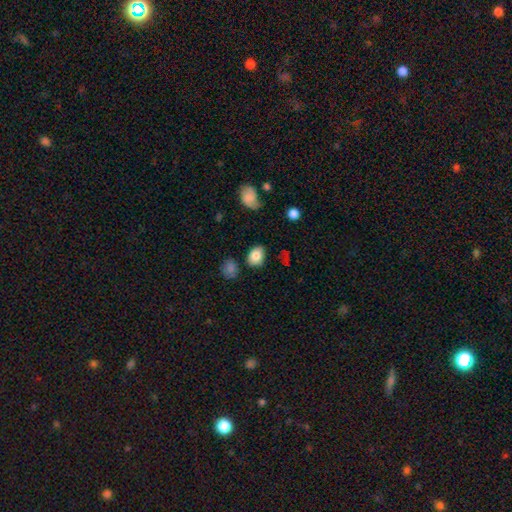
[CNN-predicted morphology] Smooth or featured?
  - smooth: 82% *
  - featured or disk: 9%
  - star or artifact: 9%
How rounded?
  - in between: 71% *
  - round: 27%
  - cigar-shaped: 1%
Merging?
  - none: 77% *
  - minor disturbance: 16%
  - major disturbance: 4%
  - merger: 3%